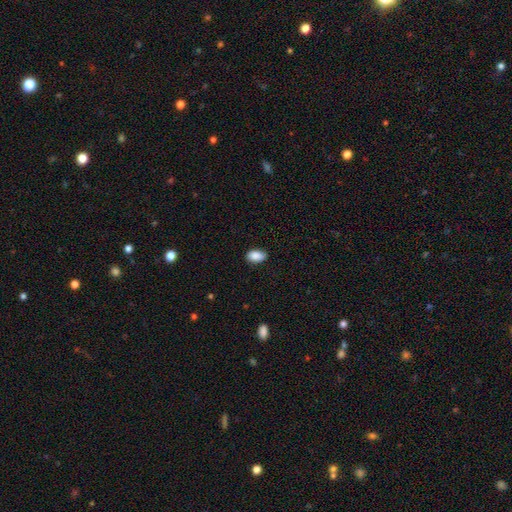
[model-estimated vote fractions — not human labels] A smooth galaxy with no disk features (89%) that is in between round and cigar-shaped (91%).

Vote fractions:
- Smooth or featured? smooth: 89% / star or artifact: 7% / featured or disk: 4%
- How rounded? in between: 91% / round: 7% / cigar-shaped: 1%
- Merging? none: 83% / minor disturbance: 13% / major disturbance: 2% / merger: 1%